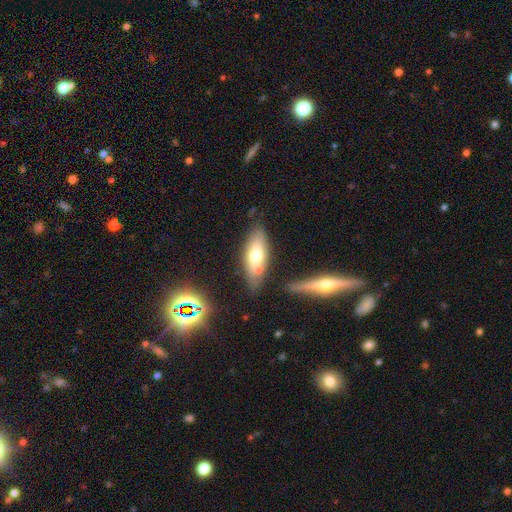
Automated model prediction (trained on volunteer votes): Smooth or featured? smooth (64%)
How rounded? in between (71%)
Merging? none (69%)